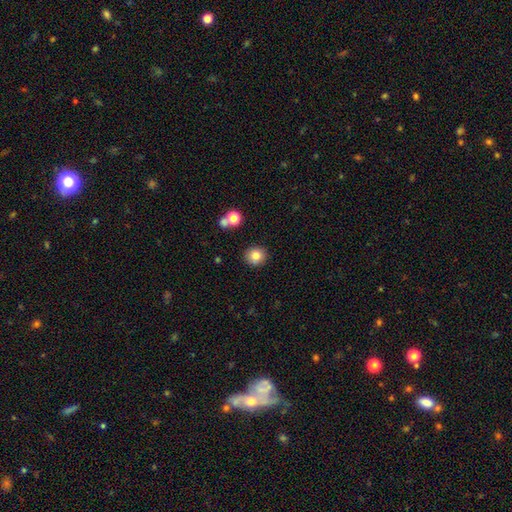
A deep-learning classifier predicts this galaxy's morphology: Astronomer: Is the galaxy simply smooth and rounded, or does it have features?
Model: smooth — 81%.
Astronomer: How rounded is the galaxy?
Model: round — 87%.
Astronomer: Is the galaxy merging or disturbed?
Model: none — 88%.